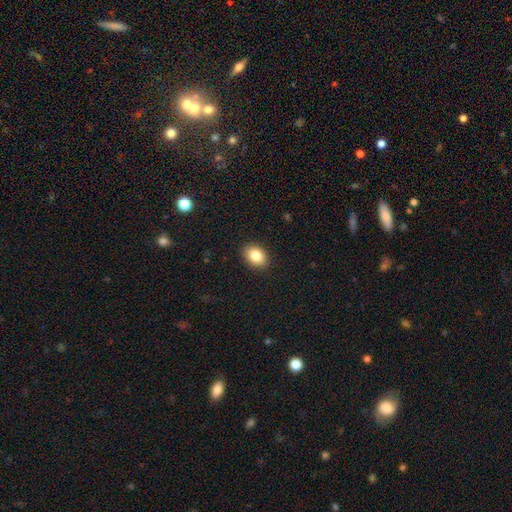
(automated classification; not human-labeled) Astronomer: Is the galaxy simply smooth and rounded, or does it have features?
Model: smooth — 84%.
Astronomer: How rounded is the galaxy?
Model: in between — 70%.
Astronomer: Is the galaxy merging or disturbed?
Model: none — 90%.